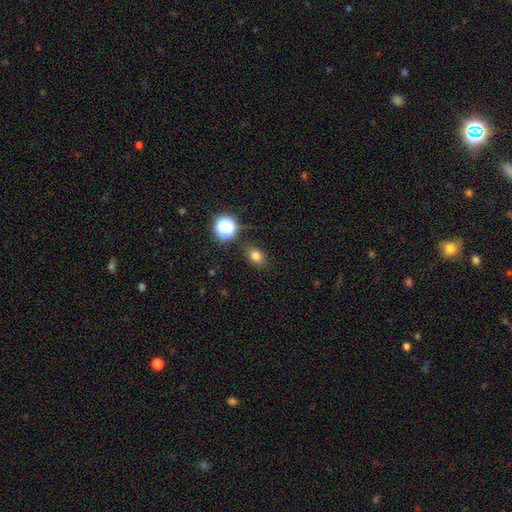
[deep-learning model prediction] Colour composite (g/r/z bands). It shows a smooth galaxy with no disk features (76%) that is in between round and cigar-shaped (62%). Merging: none (82%).